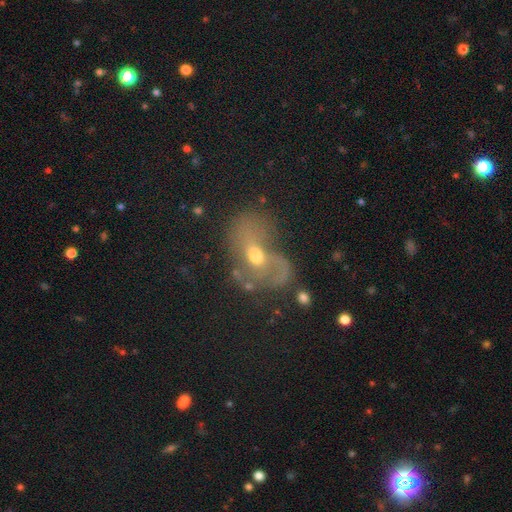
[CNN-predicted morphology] A featured or disk galaxy (52%). Merging: major disturbance (36%).